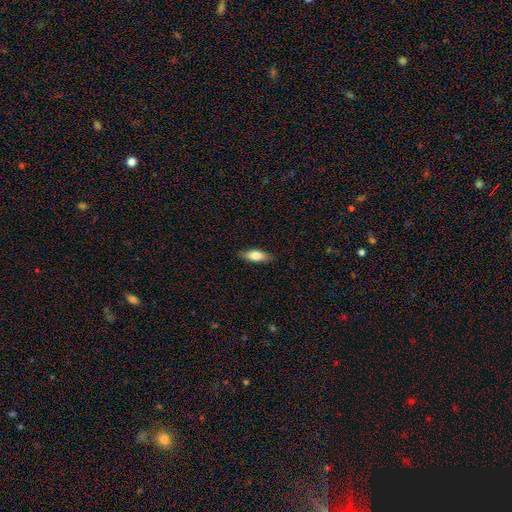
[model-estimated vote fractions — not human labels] smooth 76%, featured or disk 17%, star or artifact 6%. Down the decision tree: how rounded — in between (68%); merging — none (86%).